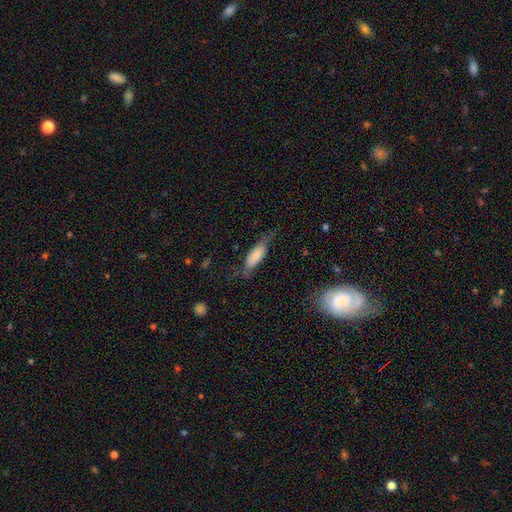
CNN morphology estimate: This is likely a smooth galaxy (63%). How rounded: possibly in between (59%). Merging: possibly none (54%).